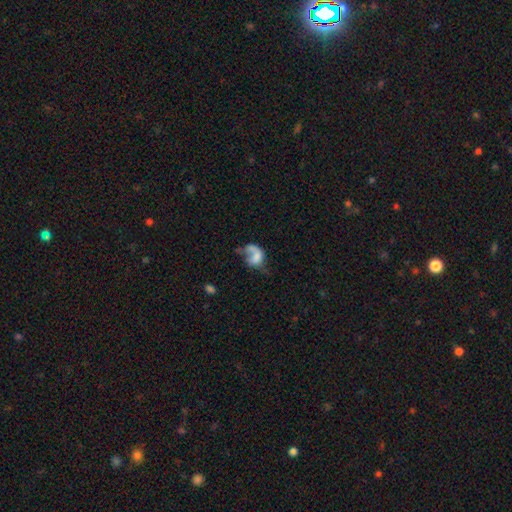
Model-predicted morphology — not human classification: A featured or disk galaxy (46%). Merging: major disturbance (47%).